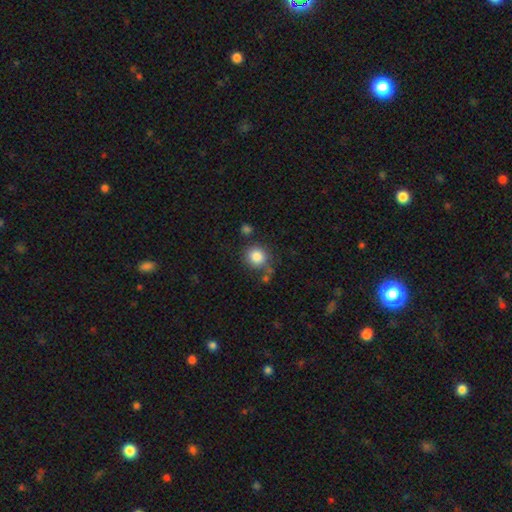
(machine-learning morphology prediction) This appears to be a smooth galaxy with no disk features (86%) that is round (89%). Merging: none (74%).